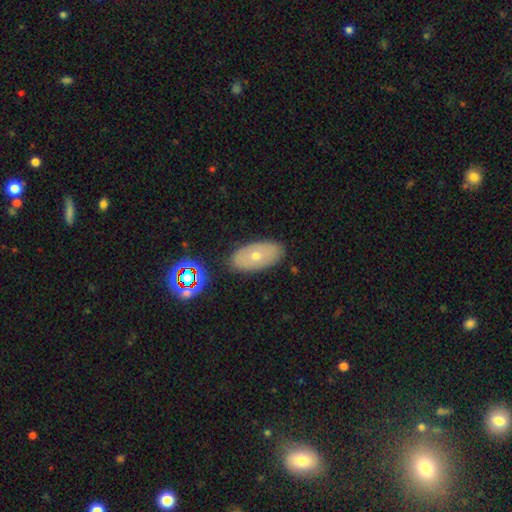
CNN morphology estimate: type=smooth (53%); roundness=in between (91%); merging=none (85%).